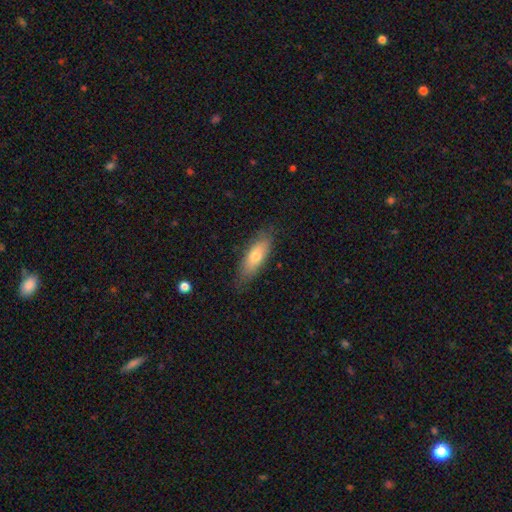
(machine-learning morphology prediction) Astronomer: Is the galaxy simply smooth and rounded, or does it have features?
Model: smooth — 68%.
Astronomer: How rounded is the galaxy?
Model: in between — 60% (runner-up: cigar-shaped, 38%).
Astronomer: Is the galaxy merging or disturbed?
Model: none — 80%.